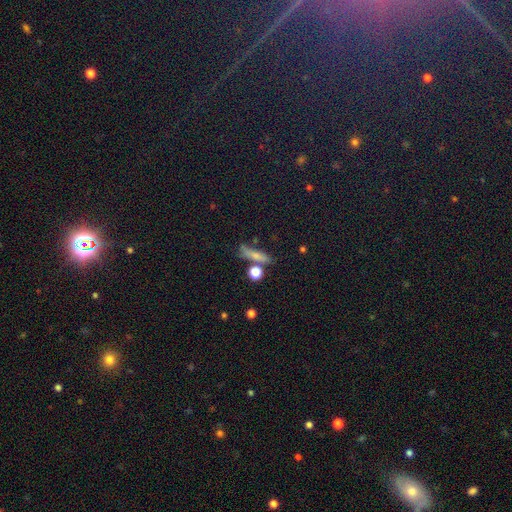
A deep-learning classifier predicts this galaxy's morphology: smooth_or_featured: smooth (p=0.66) [alt: featured or disk p=0.22]
how_rounded: cigar-shaped (p=0.69) [alt: in between p=0.21]
merging: none (p=0.64) [alt: minor disturbance p=0.16]